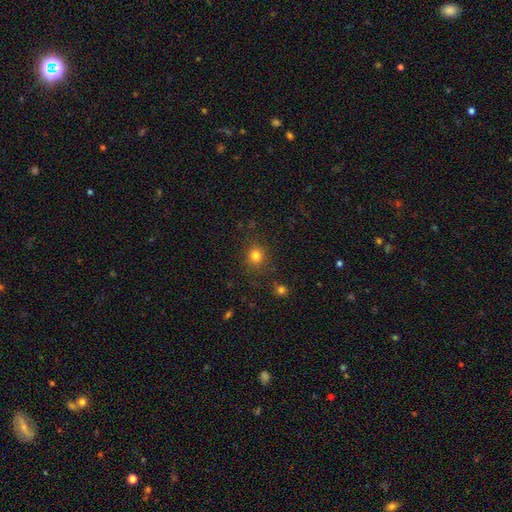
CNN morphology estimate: Smooth or featured? smooth (80%)
How rounded? round (88%)
Merging? none (86%)